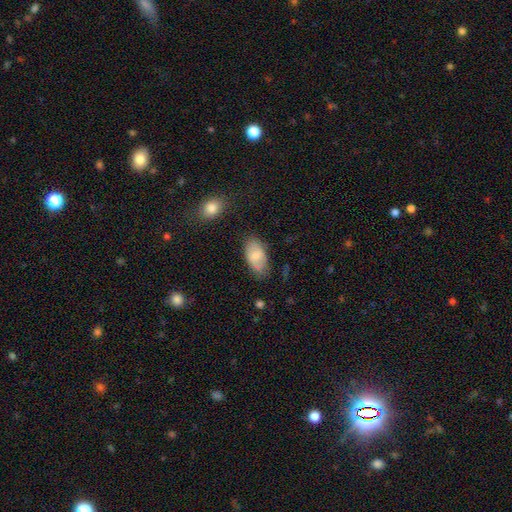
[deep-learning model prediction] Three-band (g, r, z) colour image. It shows a smooth galaxy with no disk features (74%) that is in between round and cigar-shaped (94%). Merging: none (68%).